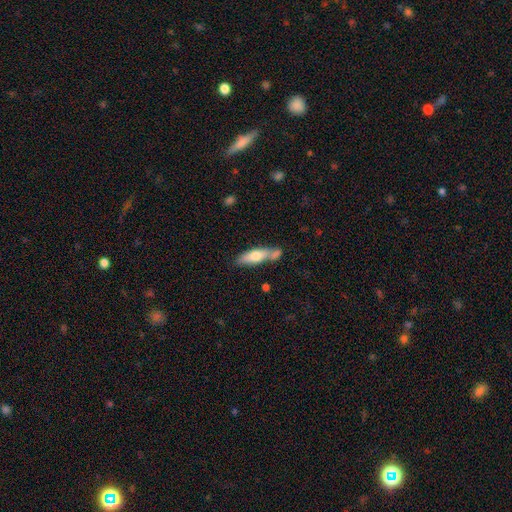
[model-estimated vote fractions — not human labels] The model was most divided on "how rounded": cigar-shaped: 54%, in between: 44%, round: 2%. Remaining: smooth or featured — smooth (64%); merging — none (50%).